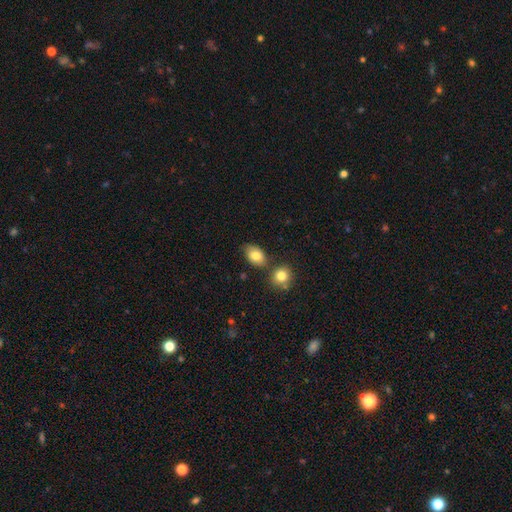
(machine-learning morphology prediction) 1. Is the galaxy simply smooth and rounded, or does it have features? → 82% smooth, 10% featured or disk, 8% star or artifact.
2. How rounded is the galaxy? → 85% in between, 14% round, 1% cigar-shaped.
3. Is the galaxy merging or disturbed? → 70% none, 14% minor disturbance, 12% merger, 3% major disturbance.